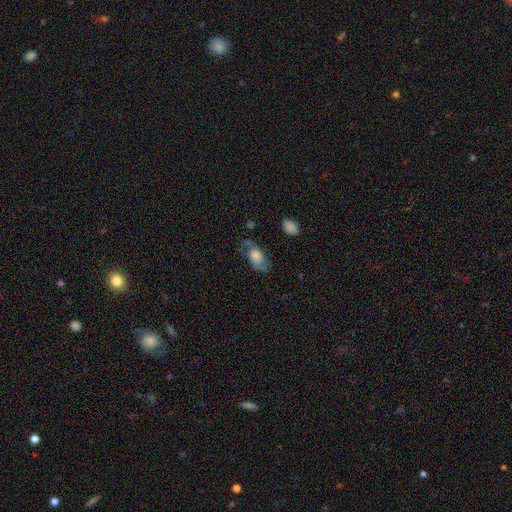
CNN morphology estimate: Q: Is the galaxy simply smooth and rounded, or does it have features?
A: featured or disk — 65%.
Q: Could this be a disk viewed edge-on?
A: no — 92%.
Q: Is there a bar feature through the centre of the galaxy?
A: no — 69%.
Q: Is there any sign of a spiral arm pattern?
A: yes — 85%.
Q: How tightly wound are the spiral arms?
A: medium — 45%.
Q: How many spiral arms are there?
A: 2 — 84%.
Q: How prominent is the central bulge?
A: large — 46%.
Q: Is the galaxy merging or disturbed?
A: none — 63%.